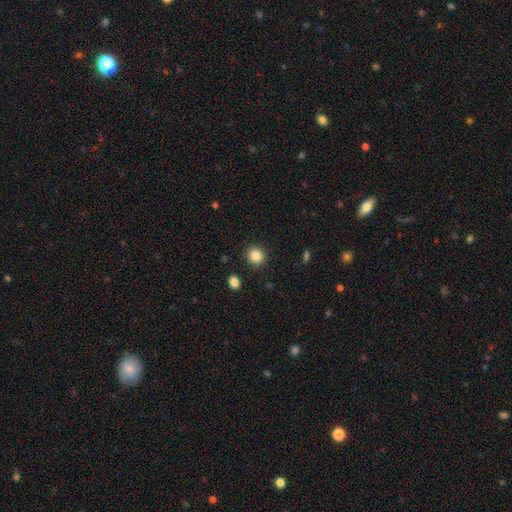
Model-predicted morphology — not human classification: Smooth or featured? smooth (85%)
How rounded? round (89%)
Merging? none (90%)